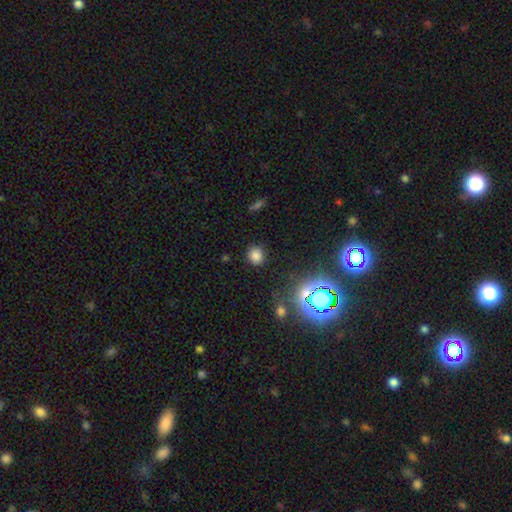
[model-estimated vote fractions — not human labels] Smooth or featured: smooth — 76% (star or artifact — 18%)
How rounded: round — 79% (in between — 20%)
Merging: none — 85% (minor disturbance — 9%)